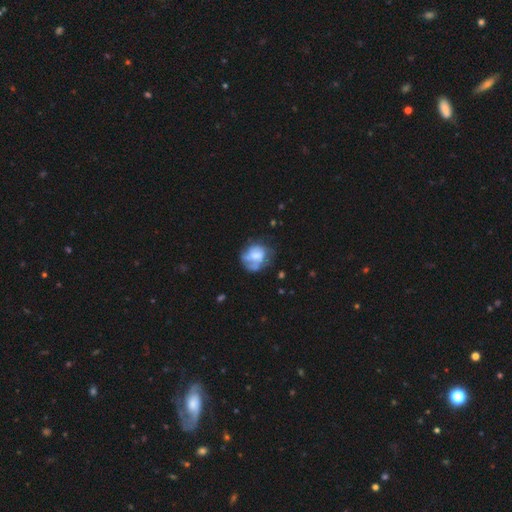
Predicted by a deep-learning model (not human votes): A smooth galaxy with no disk features (50%).

Vote fractions:
- Smooth or featured? smooth: 50% / featured or disk: 41% / star or artifact: 9%
- Merging? none: 42% / minor disturbance: 27% / major disturbance: 23% / merger: 8%